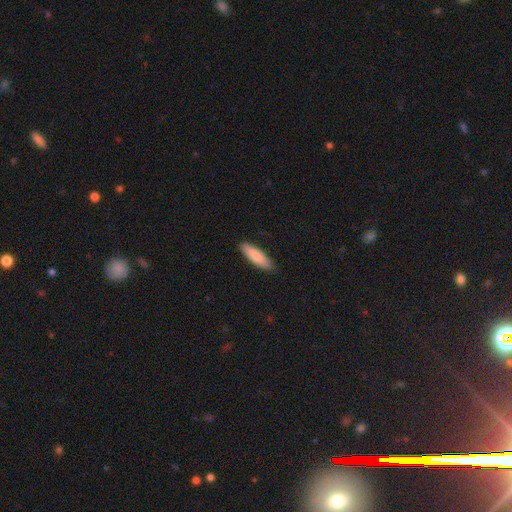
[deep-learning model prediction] The model was most divided on "how rounded": cigar-shaped: 58%, in between: 41%, round: 1%. More confident: merging — none (87%); smooth or featured — smooth (86%).